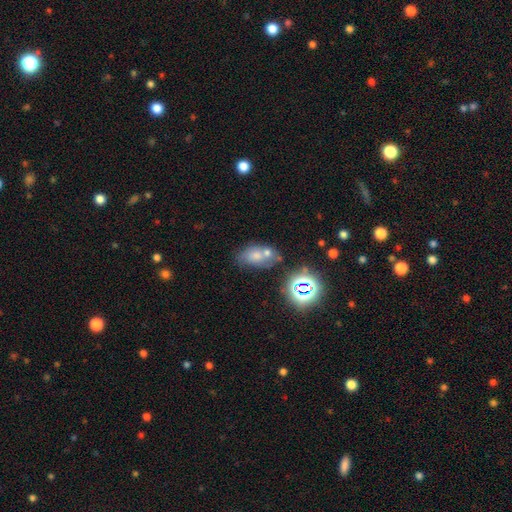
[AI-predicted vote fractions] smooth 60%, featured or disk 20%, star or artifact 20%. Down the decision tree: how rounded — in between (82%); merging — none (40%).